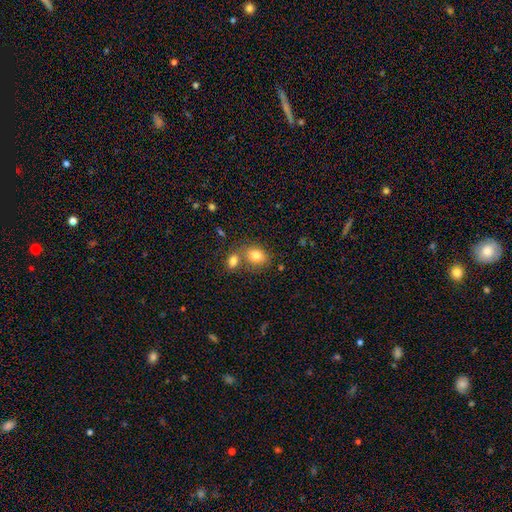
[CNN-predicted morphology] smooth 80%, featured or disk 10%, star or artifact 9%. Down the decision tree: how rounded — in between (66%); merging — none (52%).